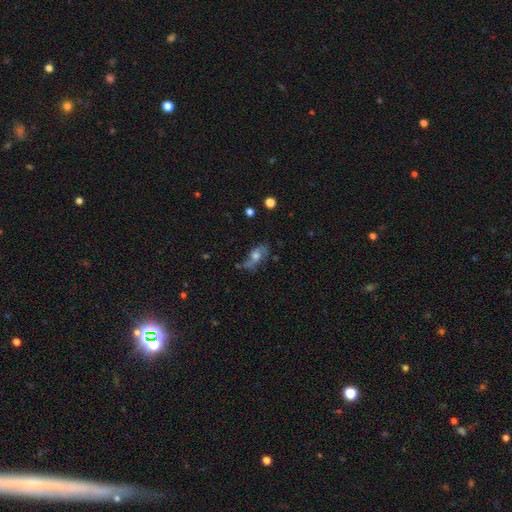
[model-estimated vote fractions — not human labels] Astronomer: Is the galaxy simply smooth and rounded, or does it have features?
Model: featured or disk — 59%.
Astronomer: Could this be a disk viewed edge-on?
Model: no — 84%.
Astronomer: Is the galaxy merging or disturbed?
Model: none — 59%.